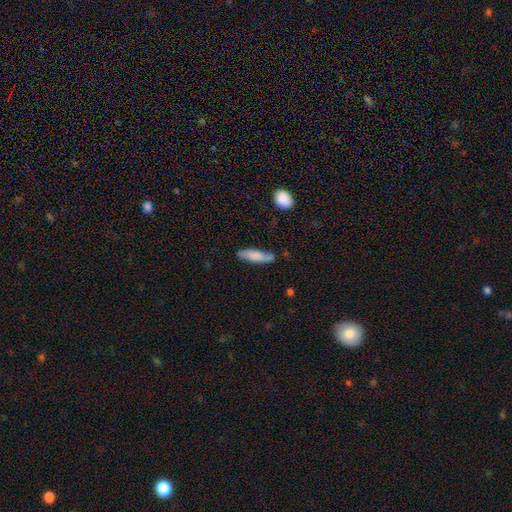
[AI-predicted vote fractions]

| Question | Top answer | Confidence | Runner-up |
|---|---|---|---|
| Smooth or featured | smooth | 71% | featured or disk (23%) |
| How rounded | cigar-shaped | 72% | in between (26%) |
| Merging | none | 72% | minor disturbance (20%) |